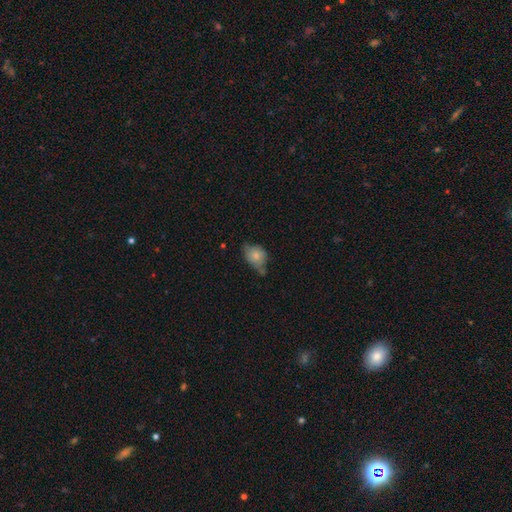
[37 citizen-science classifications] Q: Smooth or featured?
A: smooth (68%); runner-up: featured or disk (27%)
Q: How rounded?
A: in between (64%); runner-up: round (36%)
Q: Merging?
A: minor disturbance (54%); runner-up: none (23%)